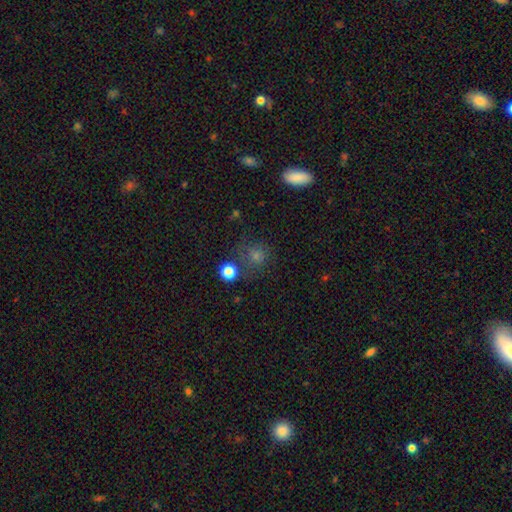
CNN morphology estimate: This is likely a smooth galaxy (62%). How rounded: clearly round (83%). Merging: likely none (70%).